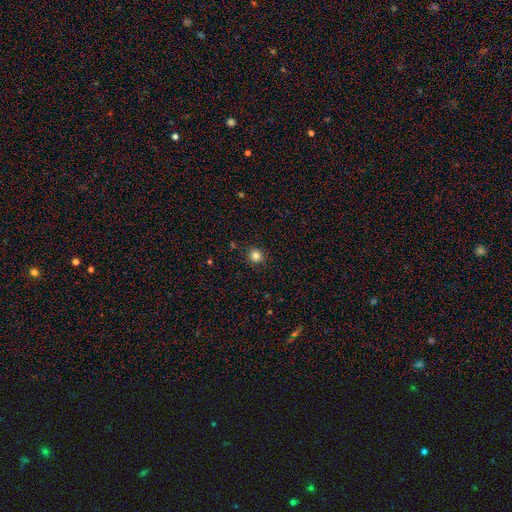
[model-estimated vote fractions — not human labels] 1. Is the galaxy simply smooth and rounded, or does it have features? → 83% smooth, 12% star or artifact, 5% featured or disk.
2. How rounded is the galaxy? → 92% round, 7% in between, 1% cigar-shaped.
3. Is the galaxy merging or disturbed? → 90% none, 7% minor disturbance, 2% major disturbance, 1% merger.